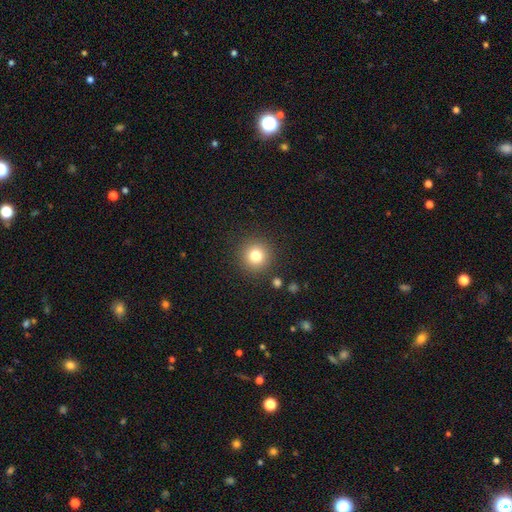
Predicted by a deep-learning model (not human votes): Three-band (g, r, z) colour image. It shows a smooth galaxy with no disk features (79%) that is round (95%). Merging: none (89%).